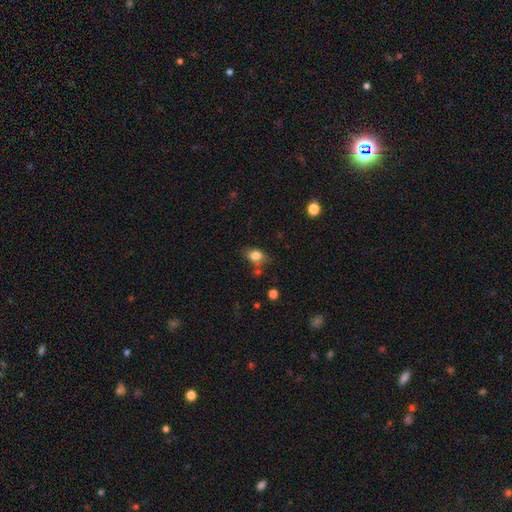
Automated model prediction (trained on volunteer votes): smooth_or_featured: smooth (p=0.78) [alt: featured or disk p=0.12]
how_rounded: in between (p=0.72) [alt: round p=0.25]
merging: none (p=0.61) [alt: minor disturbance p=0.23]